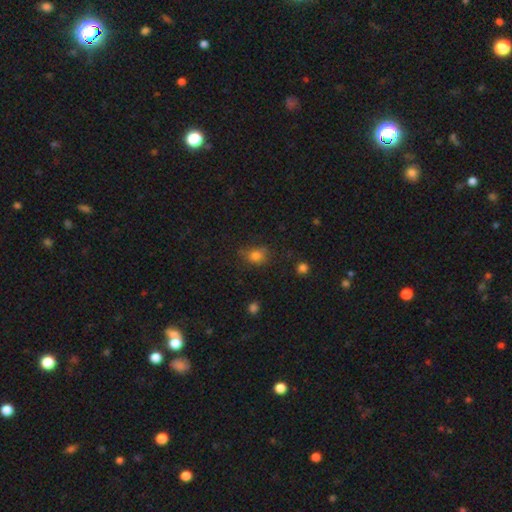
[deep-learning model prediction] This is likely a smooth galaxy (77%). How rounded: possibly round (56%). Merging: likely none (64%).